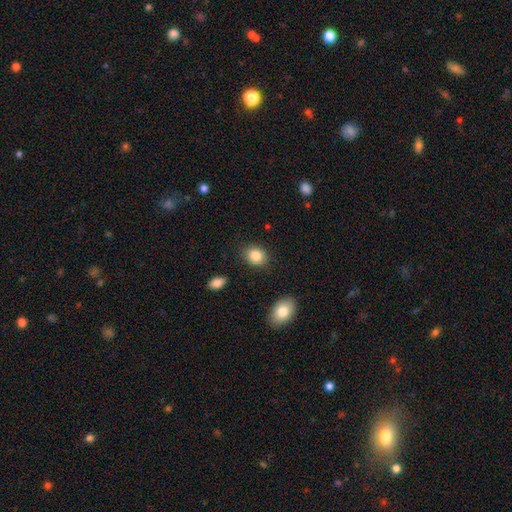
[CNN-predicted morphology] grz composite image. It shows a smooth galaxy with no disk features (86%) that is in between round and cigar-shaped (52%). Merging: none (85%).